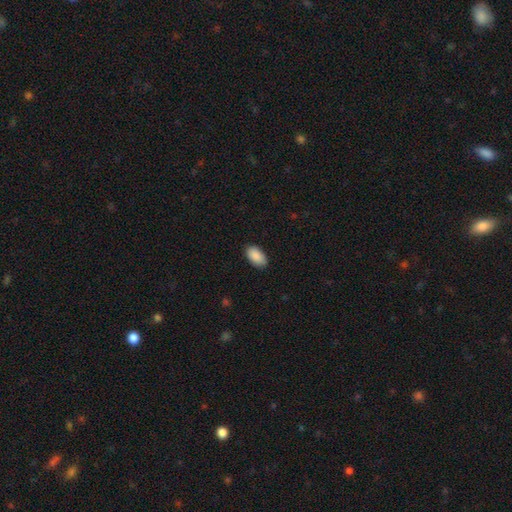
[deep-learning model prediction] smooth 91%, star or artifact 6%, featured or disk 3%. Down the decision tree: how rounded — in between (95%); merging — none (86%).